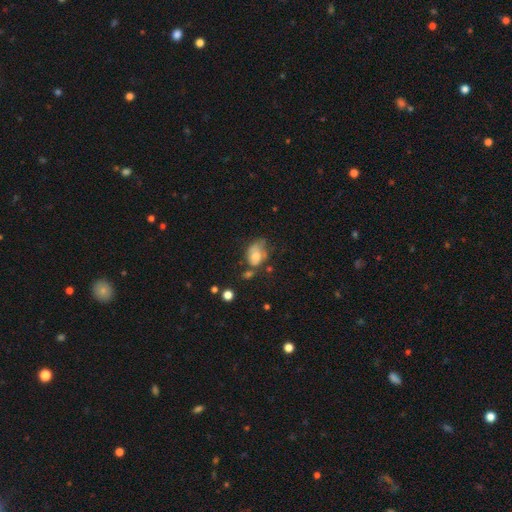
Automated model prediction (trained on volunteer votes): Overall: smooth (65%; featured or disk 25%). How rounded: in between (76%). Merging: minor disturbance (32%; none 28%).